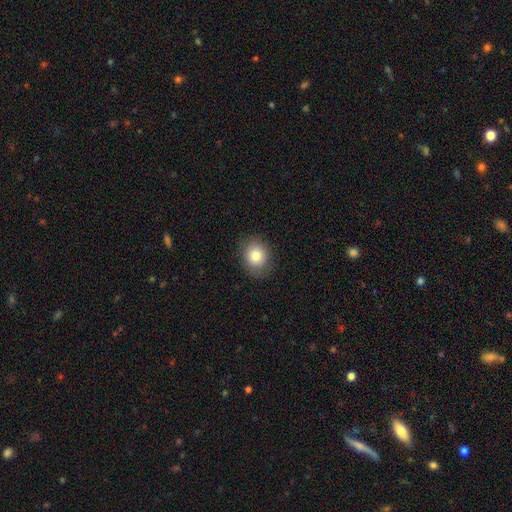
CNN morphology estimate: smooth 81%, featured or disk 9%, star or artifact 9%. Down the decision tree: how rounded — round (65%); merging — none (85%).